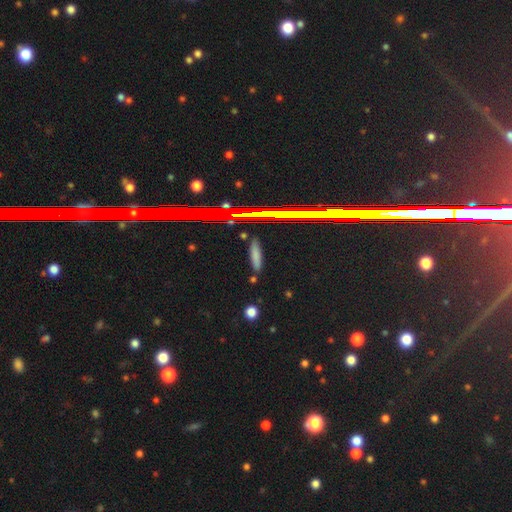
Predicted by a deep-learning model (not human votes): Smooth or featured? smooth (70%)
How rounded? cigar-shaped (78%)
Merging? none (81%)